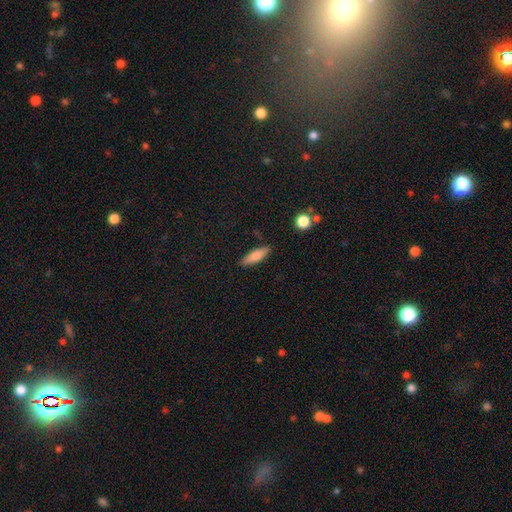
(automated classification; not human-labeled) A smooth galaxy with no disk features (76%) that is cigar-shaped (56%). Merging: none (85%).